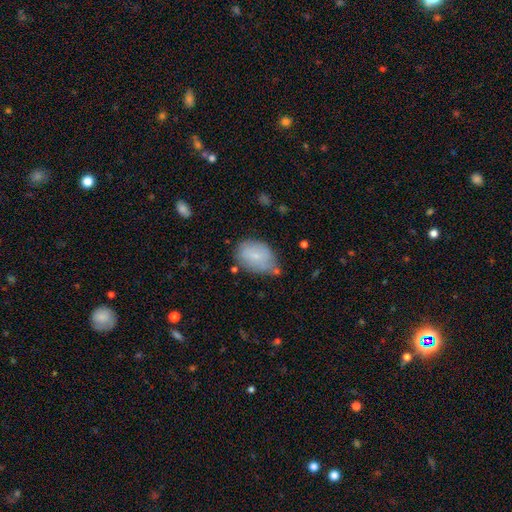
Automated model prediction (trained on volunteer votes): A smooth galaxy with no disk features (72%) that is in between round and cigar-shaped (82%).

Vote fractions:
- Smooth or featured? smooth: 72% / featured or disk: 21% / star or artifact: 7%
- How rounded? in between: 82% / round: 16% / cigar-shaped: 1%
- Merging? none: 55% / minor disturbance: 30% / major disturbance: 8% / merger: 7%